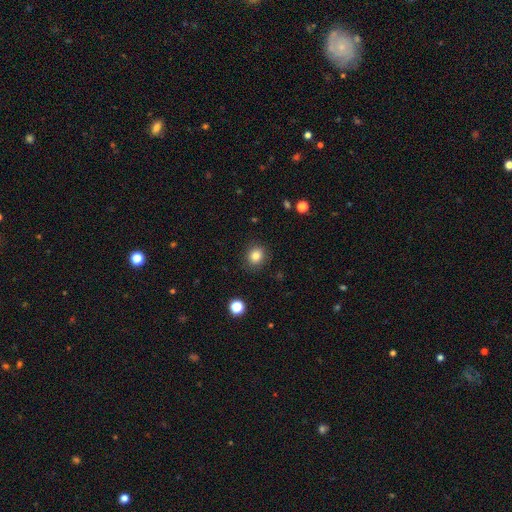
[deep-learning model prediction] Morphology: type=smooth (84%); roundness=round (74%); merging=none (89%).